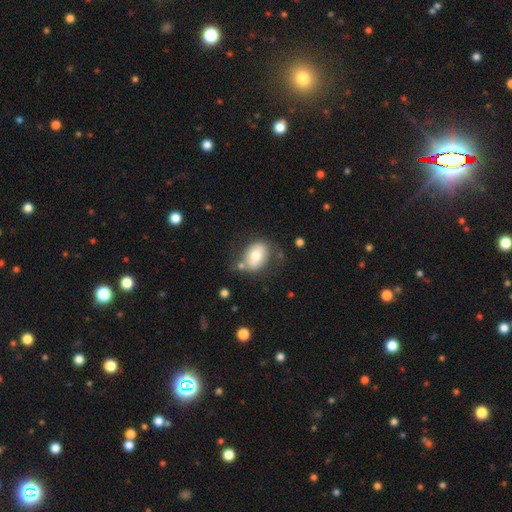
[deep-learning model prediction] smooth_or_featured: smooth (p=0.68) [alt: featured or disk p=0.25]
how_rounded: in between (p=0.75) [alt: round p=0.24]
merging: none (p=0.62) [alt: minor disturbance p=0.20]